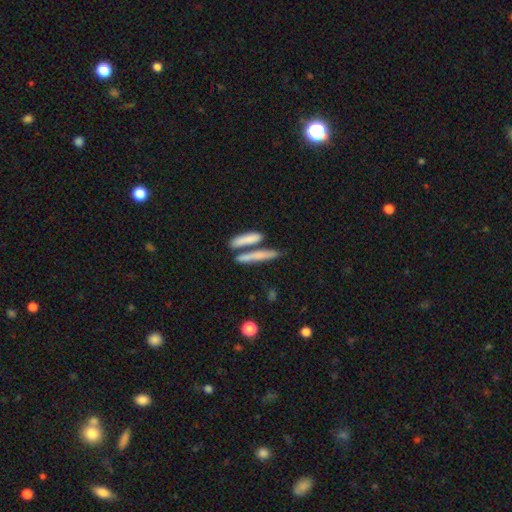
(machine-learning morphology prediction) smooth-or-featured: smooth: 66% | featured or disk: 26% | star or artifact: 8%
  how-rounded: cigar-shaped: 85% | in between: 12% | round: 3%
  merging: none: 58% | merger: 29% | minor disturbance: 9% | major disturbance: 4%